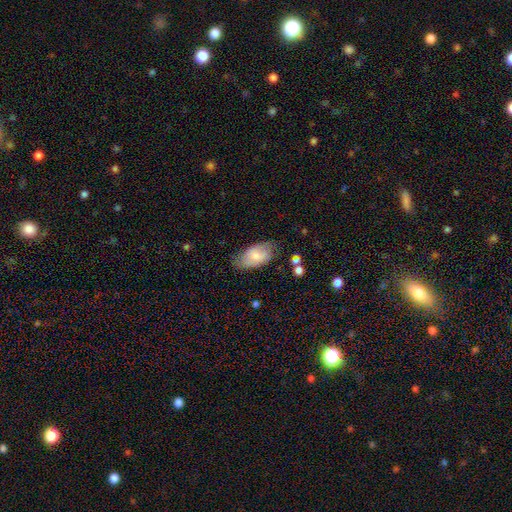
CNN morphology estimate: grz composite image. It shows a smooth galaxy with no disk features (67%) that is in between round and cigar-shaped (93%). Merging: none (67%).